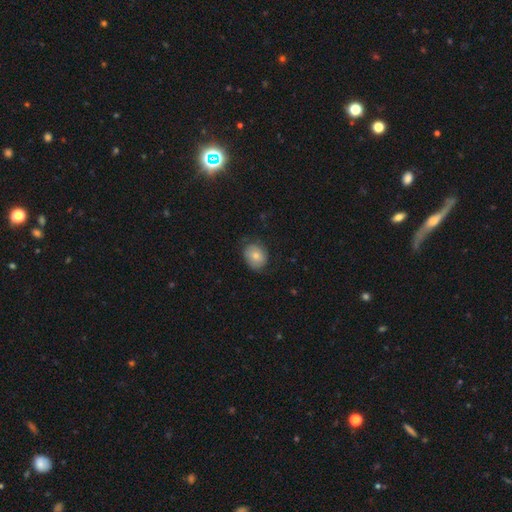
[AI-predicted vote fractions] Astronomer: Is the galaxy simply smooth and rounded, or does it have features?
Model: smooth — 74%.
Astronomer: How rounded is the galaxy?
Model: round — 53% (runner-up: in between, 46%).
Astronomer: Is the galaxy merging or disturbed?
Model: none — 71%.